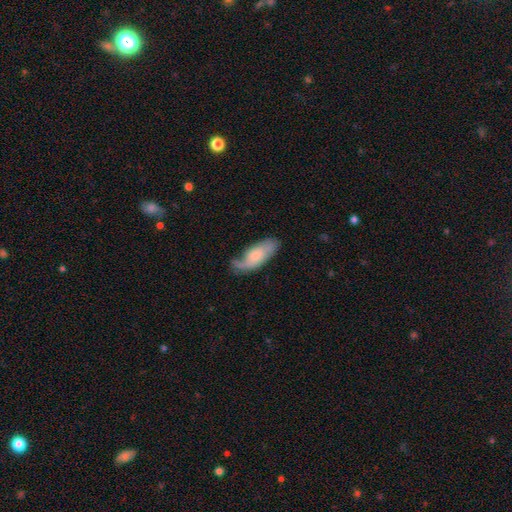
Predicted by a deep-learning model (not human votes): A smooth galaxy with no disk features (48%). Merging: none (52%).